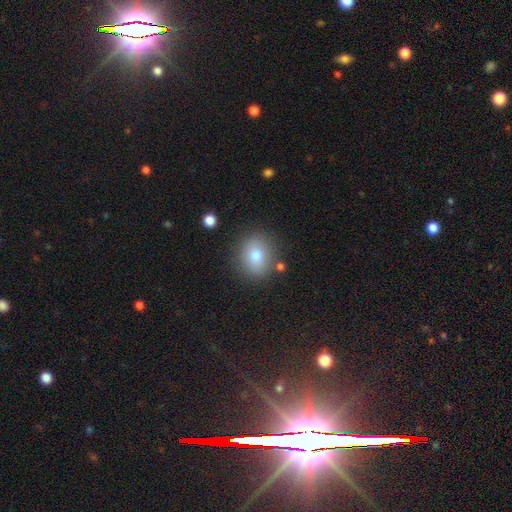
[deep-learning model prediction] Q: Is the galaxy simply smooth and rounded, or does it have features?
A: smooth — 77%.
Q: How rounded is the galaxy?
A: round — 67%.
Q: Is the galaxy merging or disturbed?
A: none — 83%.